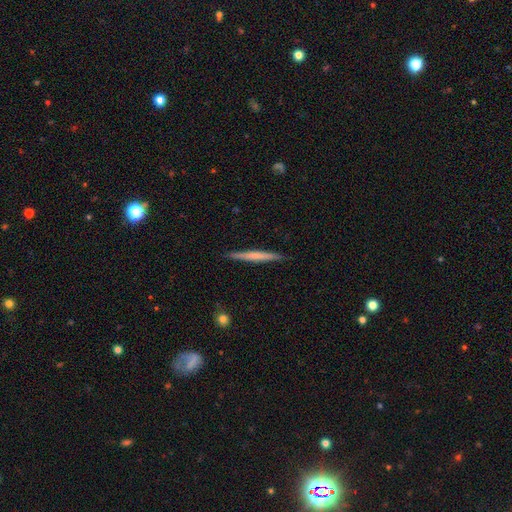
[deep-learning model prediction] smooth_or_featured: smooth (p=0.49) [alt: featured or disk p=0.46]
merging: none (p=0.91) [alt: minor disturbance p=0.07]